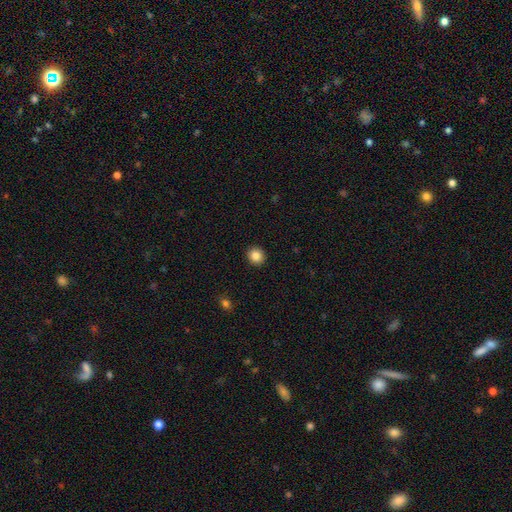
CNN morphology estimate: This is clearly a smooth galaxy (85%). How rounded: clearly round (83%). Merging: clearly none (92%).